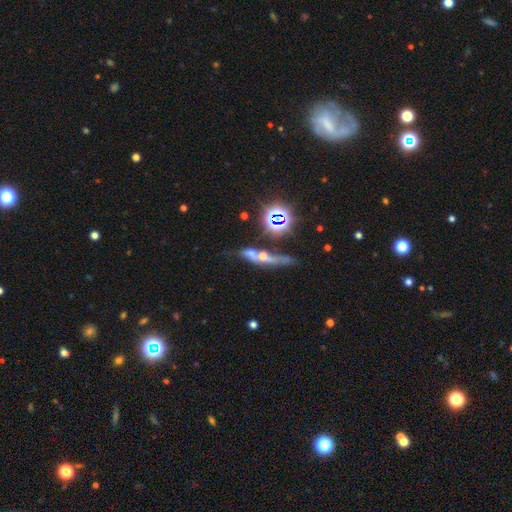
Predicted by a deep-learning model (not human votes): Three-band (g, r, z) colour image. It shows a featured or disk galaxy (42%). Merging: none (47%).